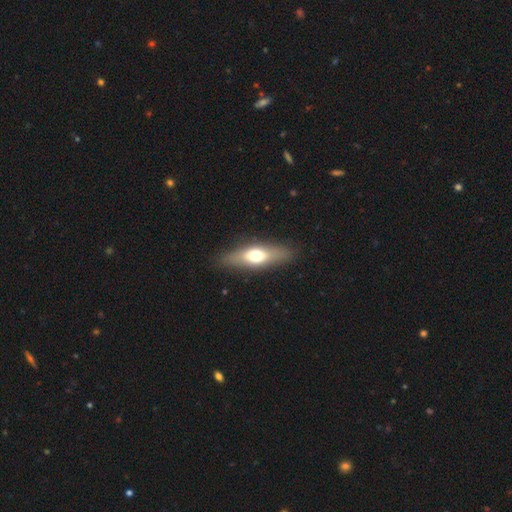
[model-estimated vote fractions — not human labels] Overall: smooth (55%; featured or disk 38%). How rounded: in between (51%; cigar-shaped 45%). Merging: none (85%).